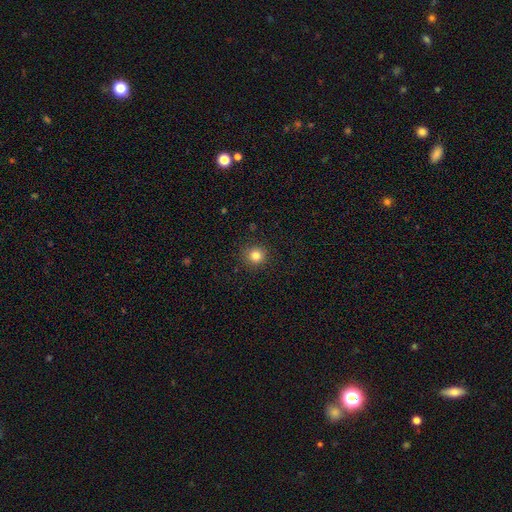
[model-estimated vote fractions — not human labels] The model was most divided on "smooth or featured": smooth: 82%, star or artifact: 12%, featured or disk: 6%. More confident: how rounded — round (93%); merging — none (90%).